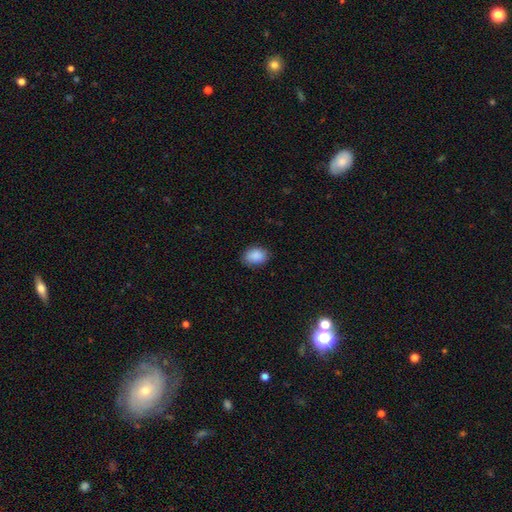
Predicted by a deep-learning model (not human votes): smooth 89%, star or artifact 7%, featured or disk 4%. Down the decision tree: how rounded — in between (78%); merging — none (81%).